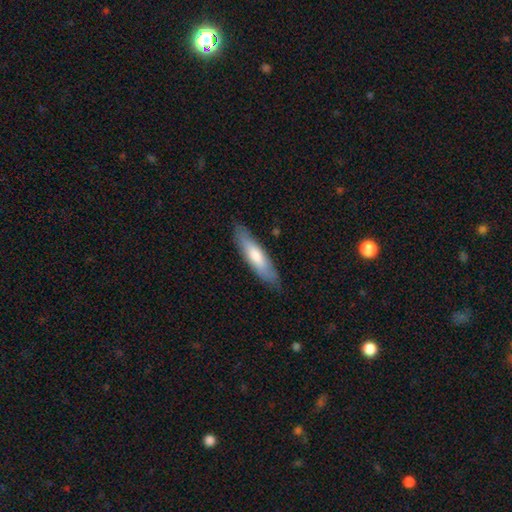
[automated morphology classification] Q: Smooth or featured?
A: smooth (65%); runner-up: featured or disk (29%)
Q: How rounded?
A: cigar-shaped (71%); runner-up: in between (28%)
Q: Merging?
A: none (85%); runner-up: minor disturbance (12%)